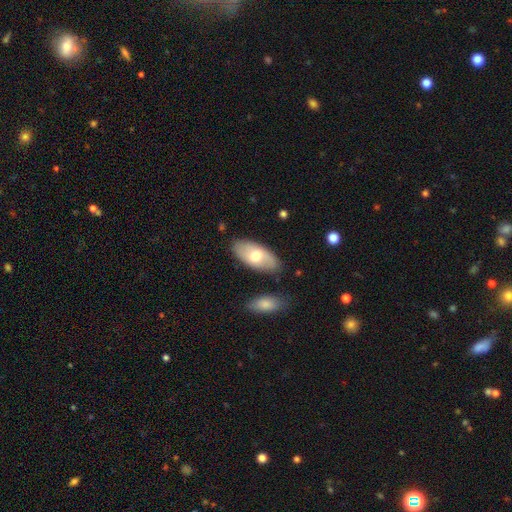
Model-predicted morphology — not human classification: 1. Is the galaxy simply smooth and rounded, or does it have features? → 61% smooth, 34% featured or disk, 5% star or artifact.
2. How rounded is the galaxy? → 94% in between, 4% cigar-shaped, 3% round.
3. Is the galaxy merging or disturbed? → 82% none, 12% minor disturbance, 3% merger, 3% major disturbance.